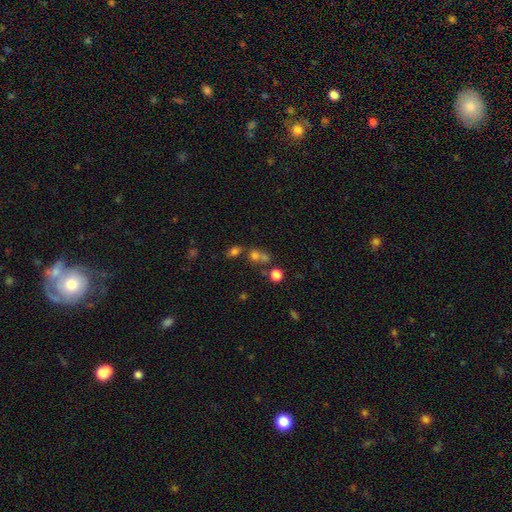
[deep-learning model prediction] This appears to be a smooth galaxy with no disk features (61%) that is round (66%). Merging: none (43%).